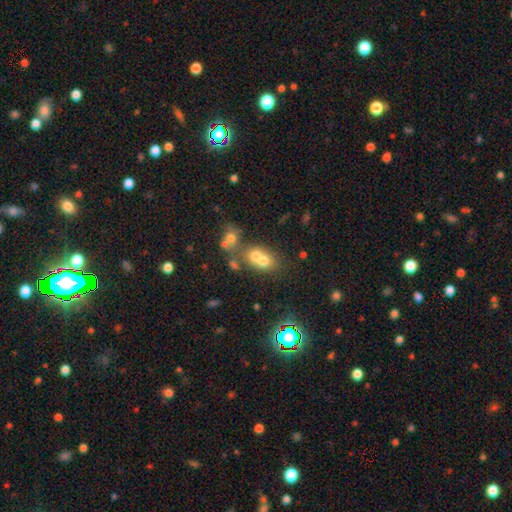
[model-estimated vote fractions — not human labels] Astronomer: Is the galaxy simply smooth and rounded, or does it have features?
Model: smooth — 63%.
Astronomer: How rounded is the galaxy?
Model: round — 62% (runner-up: in between, 37%).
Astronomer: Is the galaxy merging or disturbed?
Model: merger — 61%.